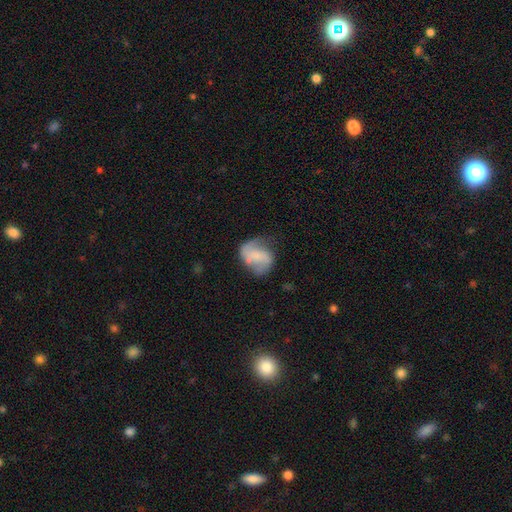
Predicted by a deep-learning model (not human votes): This is possibly a featured or disk galaxy (57%). It is clearly not viewed edge-on (98%). Bar: possibly no (47%). Spiral arm pattern: clearly yes (81%). Central bulge: possibly none (47%). Merging: possibly none (47%).